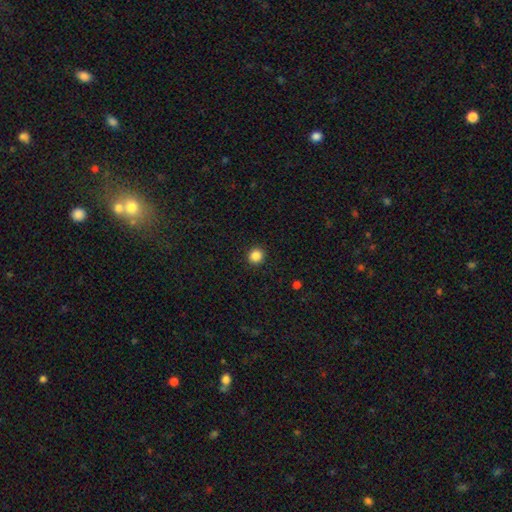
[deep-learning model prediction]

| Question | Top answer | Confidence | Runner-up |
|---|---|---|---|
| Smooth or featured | smooth | 86% | star or artifact (11%) |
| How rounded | round | 92% | in between (7%) |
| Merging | none | 93% | minor disturbance (4%) |